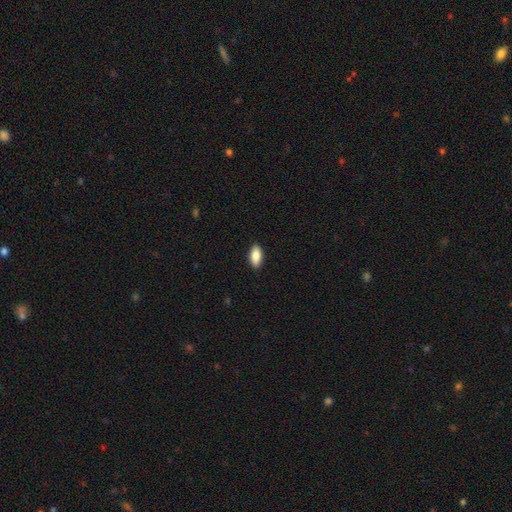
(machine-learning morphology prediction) Overall: smooth (86%). How rounded: in between (88%). Merging: none (89%).